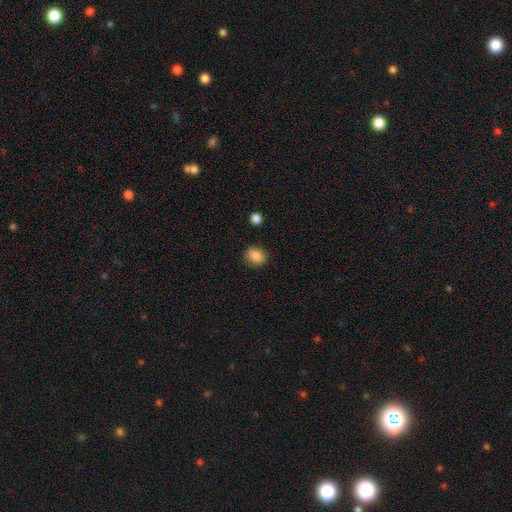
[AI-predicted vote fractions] smooth-or-featured: smooth: 86% | star or artifact: 9% | featured or disk: 5%
  how-rounded: in between: 54% | round: 45% | cigar-shaped: 1%
  merging: none: 83% | minor disturbance: 12% | major disturbance: 3% | merger: 2%